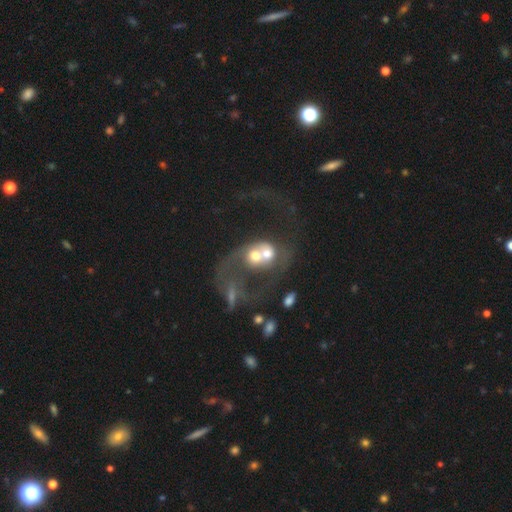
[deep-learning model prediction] A featured or disk galaxy (52%).

Vote fractions:
- Smooth or featured? featured or disk: 52% / smooth: 38% / star or artifact: 11%
- Edge-on disk? no: 96% / yes: 4%
- Merging? merger: 77% / major disturbance: 14% / none: 6% / minor disturbance: 3%